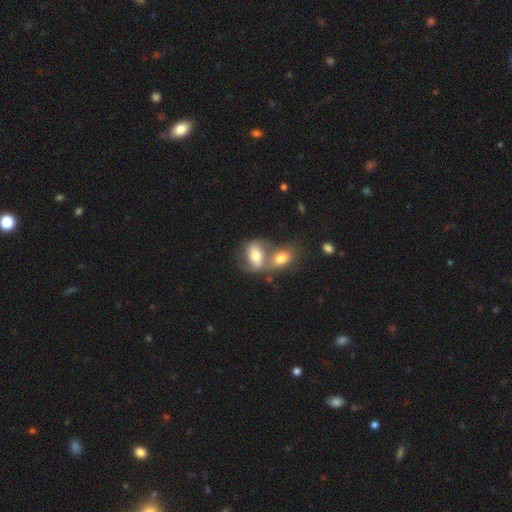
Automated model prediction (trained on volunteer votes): This is possibly a smooth galaxy (59%). How rounded: likely in between (79%). Merging: possibly merger (60%).